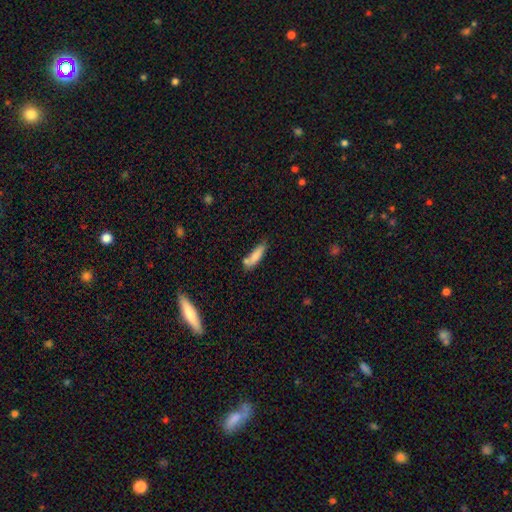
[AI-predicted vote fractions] Q: Smooth or featured?
A: smooth (80%); runner-up: featured or disk (12%)
Q: How rounded?
A: cigar-shaped (58%); runner-up: in between (40%)
Q: Merging?
A: none (52%); runner-up: minor disturbance (23%)